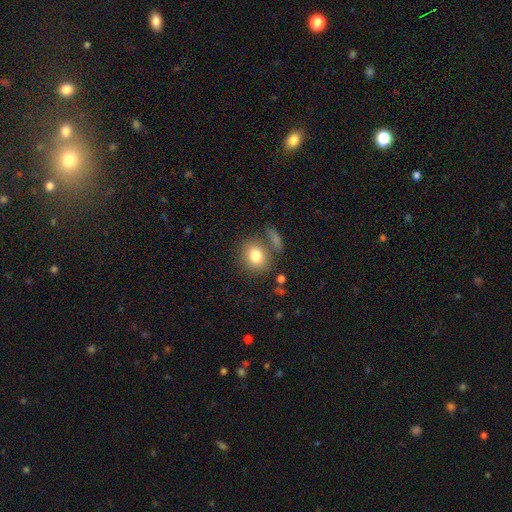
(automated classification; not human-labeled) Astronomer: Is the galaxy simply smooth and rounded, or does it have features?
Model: smooth — 79%.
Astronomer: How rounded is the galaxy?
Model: round — 71%.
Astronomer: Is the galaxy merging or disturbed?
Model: none — 69%.